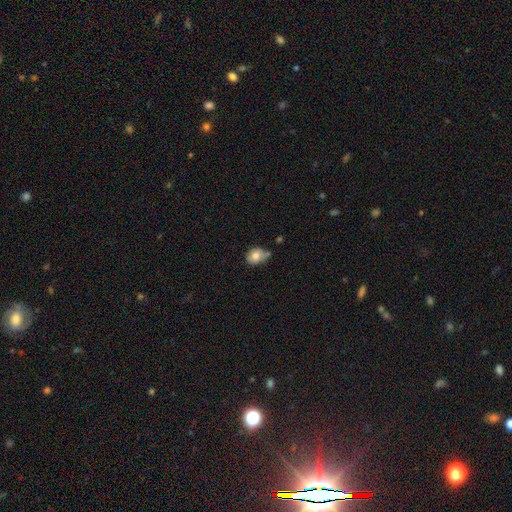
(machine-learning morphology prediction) Overall: smooth (77%). How rounded: round (53%; in between 46%). Merging: none (48%; minor disturbance 31%).